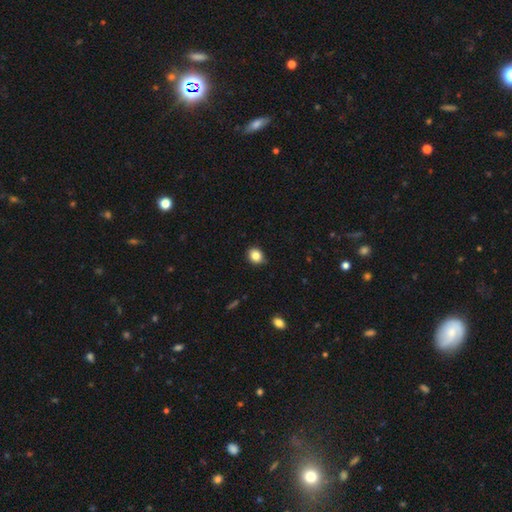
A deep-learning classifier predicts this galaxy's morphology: Smooth or featured: smooth — 84% (star or artifact — 10%)
How rounded: round — 66% (in between — 33%)
Merging: none — 84% (minor disturbance — 13%)